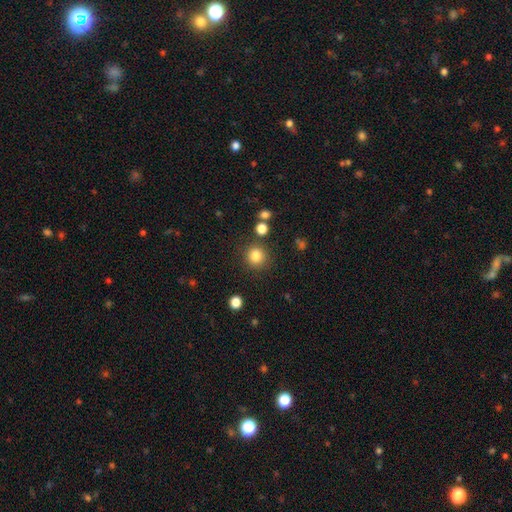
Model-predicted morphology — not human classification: A smooth galaxy with no disk features (83%) that is round (92%). Merging: none (86%).